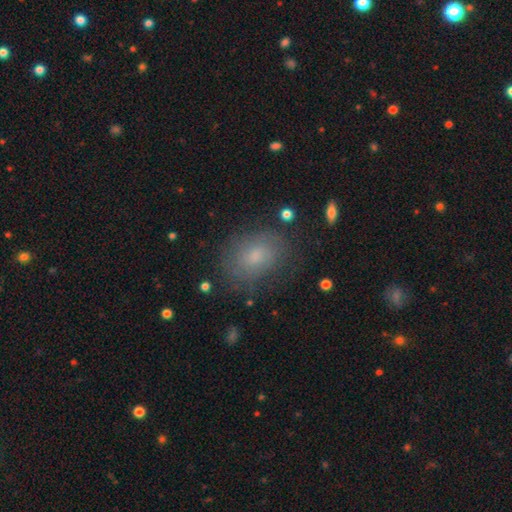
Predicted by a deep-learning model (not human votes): Smooth or featured: smooth — 59% (featured or disk — 29%)
How rounded: in between — 71% (round — 28%)
Merging: none — 73% (minor disturbance — 18%)